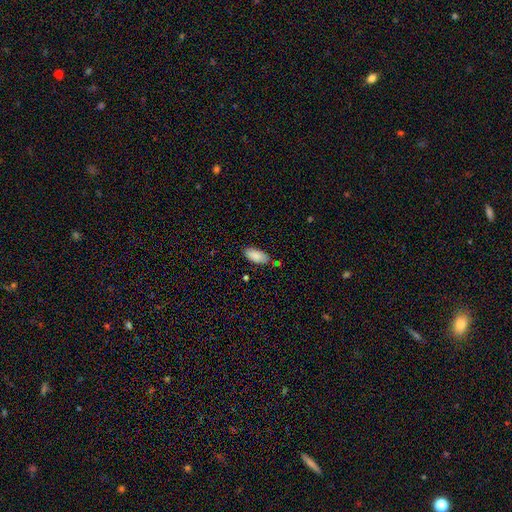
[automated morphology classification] Smooth or featured: smooth — 88% (star or artifact — 7%)
How rounded: in between — 90% (cigar-shaped — 8%)
Merging: none — 65% (minor disturbance — 26%)